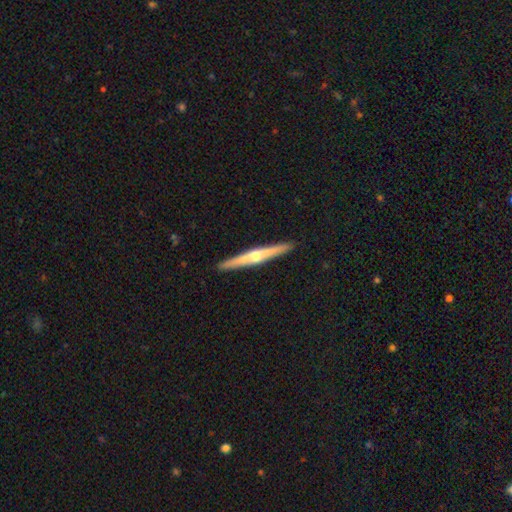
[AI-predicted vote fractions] Overall: featured or disk (72%). Edge-on disk: yes (98%). Edge-on bulge: rounded (91%). Merging: none (92%).